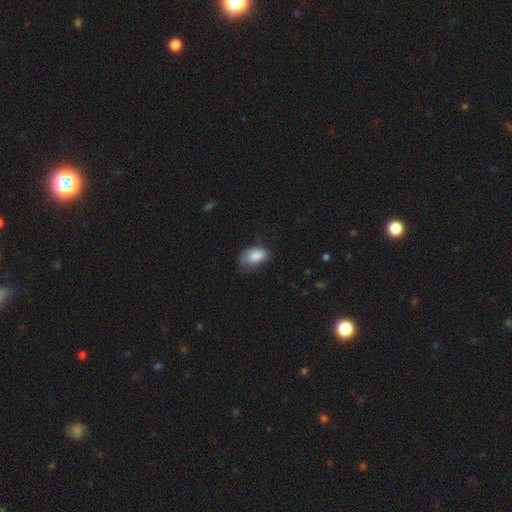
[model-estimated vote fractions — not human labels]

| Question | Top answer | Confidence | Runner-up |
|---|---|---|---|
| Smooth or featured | smooth | 83% | featured or disk (10%) |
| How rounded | in between | 91% | round (7%) |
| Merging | none | 51% | minor disturbance (35%) |